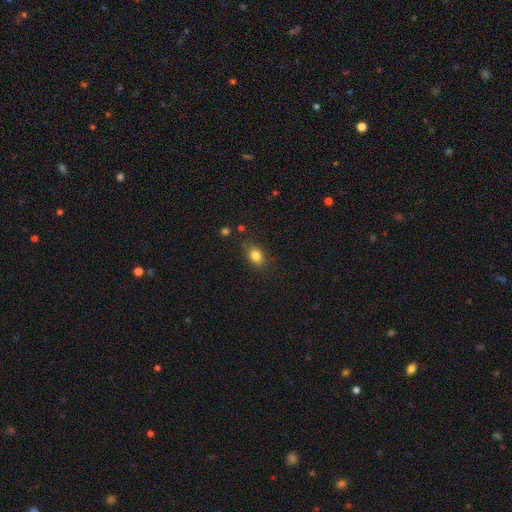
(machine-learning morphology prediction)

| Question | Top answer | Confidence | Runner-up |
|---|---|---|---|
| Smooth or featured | smooth | 83% | star or artifact (10%) |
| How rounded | in between | 70% | round (28%) |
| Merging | none | 77% | minor disturbance (16%) |